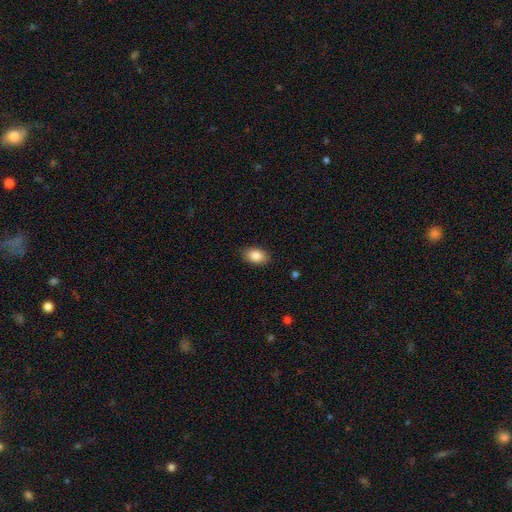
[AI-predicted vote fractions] A smooth galaxy with no disk features (86%) that is in between round and cigar-shaped (89%). Merging: none (88%).